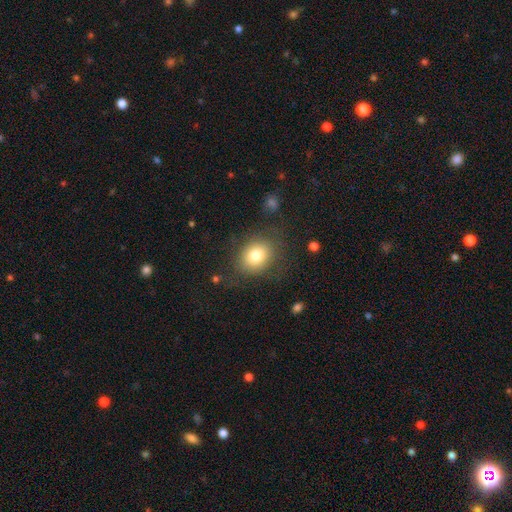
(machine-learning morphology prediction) smooth 78%, featured or disk 12%, star or artifact 10%. Down the decision tree: how rounded — round (57%); merging — none (77%).